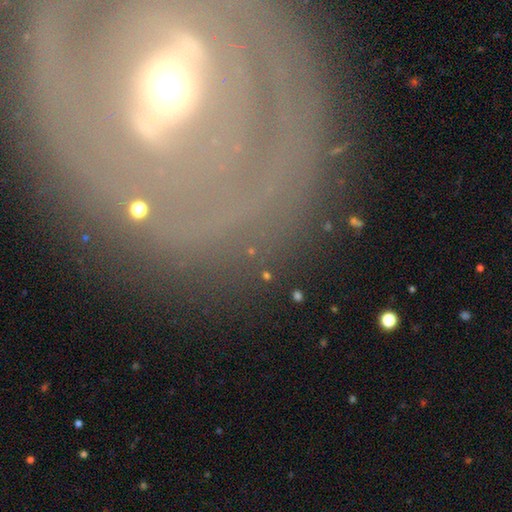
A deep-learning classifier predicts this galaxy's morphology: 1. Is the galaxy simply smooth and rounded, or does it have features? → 72% featured or disk, 16% smooth, 11% star or artifact.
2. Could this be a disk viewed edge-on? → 88% no, 12% yes.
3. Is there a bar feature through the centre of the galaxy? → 40% strong, 30% weak, 30% no.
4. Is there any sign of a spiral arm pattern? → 51% no, 49% yes.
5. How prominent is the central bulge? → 66% moderate, 19% small, 10% large, 2% dominant, 2% none.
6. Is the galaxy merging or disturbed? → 78% none, 12% minor disturbance, 7% major disturbance, 3% merger.